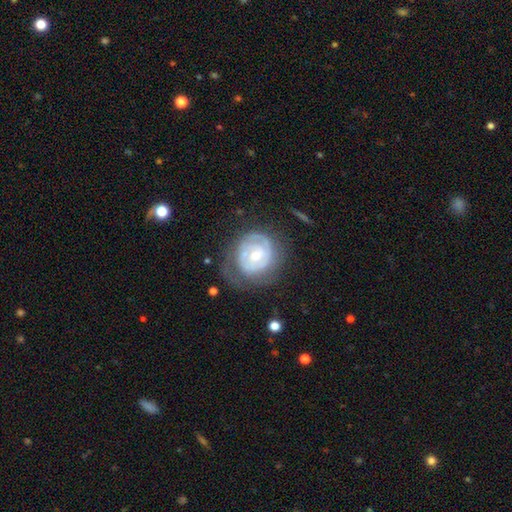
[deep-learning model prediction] Smooth or featured?
  - featured or disk: 80% *
  - smooth: 14%
  - star or artifact: 5%
Edge-on disk?
  - no: 97% *
  - yes: 3%
Bar?
  - no: 59% *
  - weak: 32%
  - strong: 8%
Spiral arms?
  - yes: 87% *
  - no: 13%
Spiral winding?
  - tight: 73% *
  - medium: 20%
  - loose: 6%
Spiral arm count?
  - can't tell: 37% *
  - 2: 36%
  - 3: 12%
  - 1: 8%
  - 4: 4%
  - more than 4: 3%
Bulge size?
  - small: 48% *
  - moderate: 47%
  - large: 2%
  - none: 1%
  - dominant: 1%
Merging?
  - none: 61% *
  - minor disturbance: 23%
  - major disturbance: 14%
  - merger: 2%